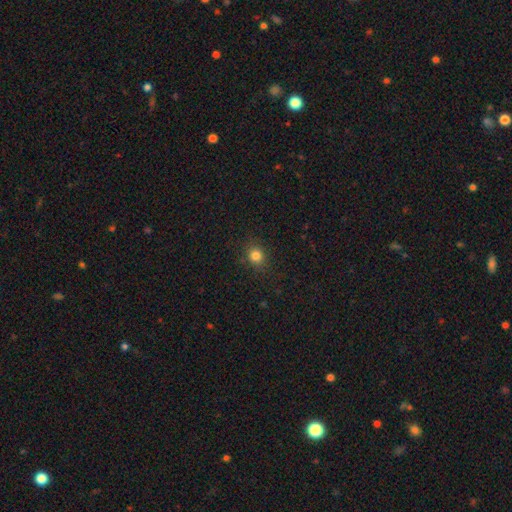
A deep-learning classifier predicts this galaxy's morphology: This is clearly a smooth galaxy (82%). How rounded: clearly round (81%). Merging: clearly none (87%).